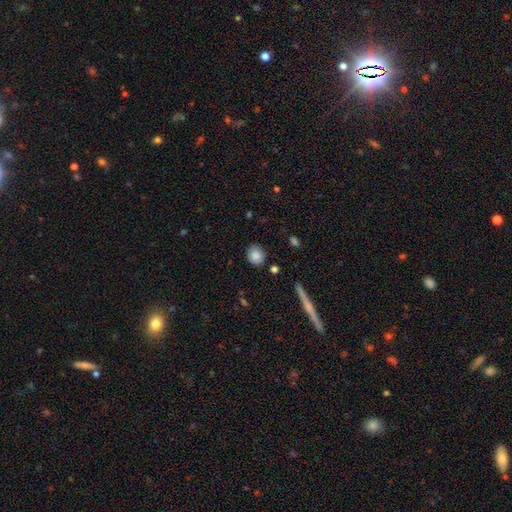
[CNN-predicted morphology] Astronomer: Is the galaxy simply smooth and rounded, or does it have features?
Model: smooth — 85%.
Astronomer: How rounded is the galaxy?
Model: round — 81%.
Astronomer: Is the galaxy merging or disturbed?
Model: none — 86%.